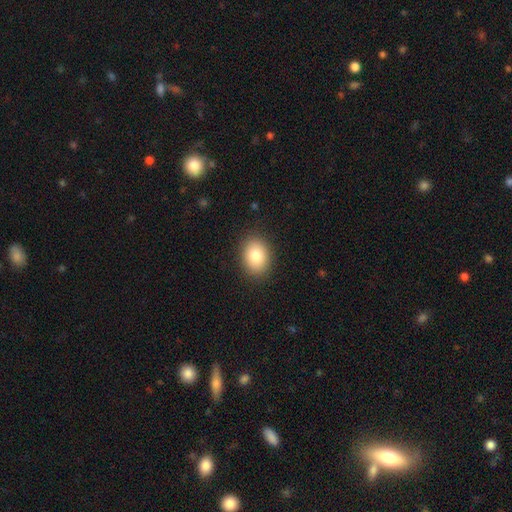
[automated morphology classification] smooth_or_featured: smooth (p=0.83) [alt: featured or disk p=0.09]
how_rounded: in between (p=0.62) [alt: round p=0.37]
merging: none (p=0.88) [alt: minor disturbance p=0.08]